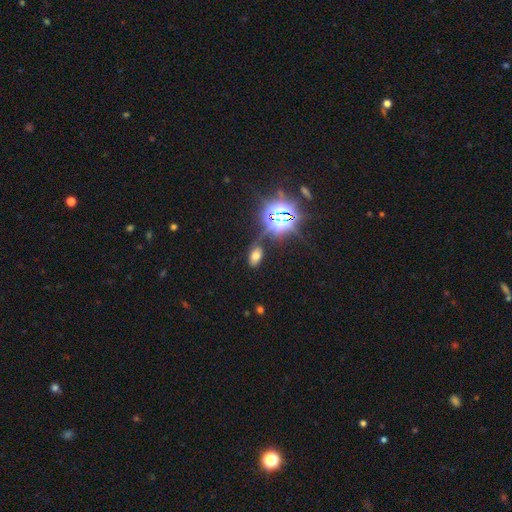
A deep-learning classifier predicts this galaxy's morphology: smooth 55%, star or artifact 34%, featured or disk 11%. Down the decision tree: how rounded — in between (91%); merging — none (74%).